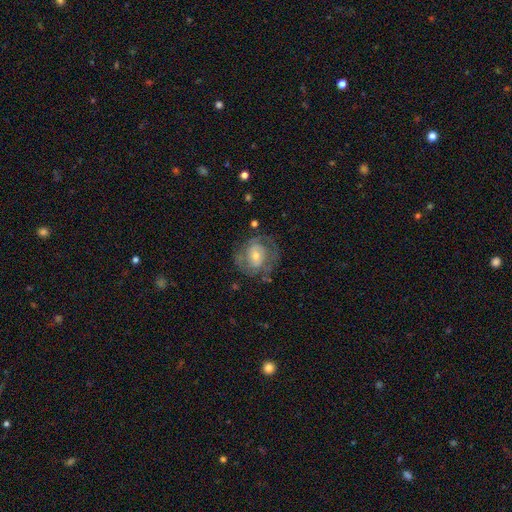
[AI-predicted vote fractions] Smooth or featured? featured or disk (59%)
Edge-on disk? no (96%)
Bar? no (61%)
Spiral arms? yes (58%)
Bulge size? moderate (51%)
Merging? none (60%)